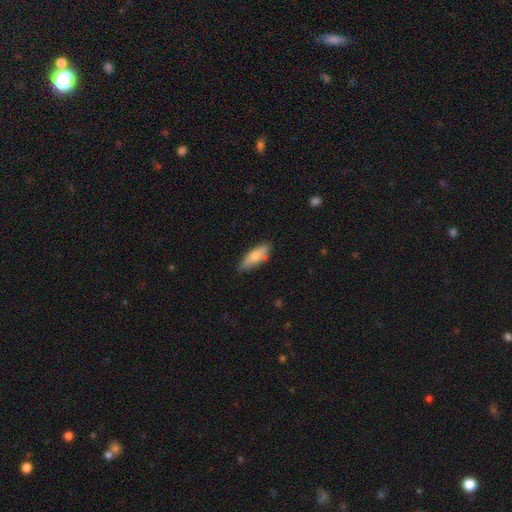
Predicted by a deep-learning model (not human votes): This is likely a smooth galaxy (75%). How rounded: possibly in between (59%). Merging: likely none (72%).